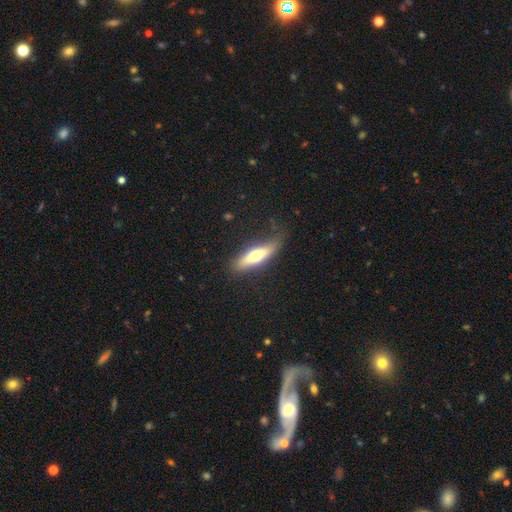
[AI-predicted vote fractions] A smooth galaxy with no disk features (55%) that is cigar-shaped (67%). Merging: none (73%).